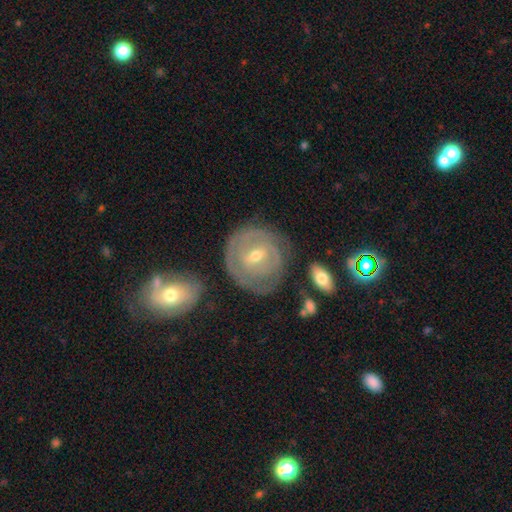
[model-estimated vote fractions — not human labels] Morphology: type=featured or disk (75%); edge-on=no (96%); bar=weak (48%); spiral arms=yes (77%); winding=tight (76%); arm count=can't tell (48%); bulge=small (49%); merging=none (71%).